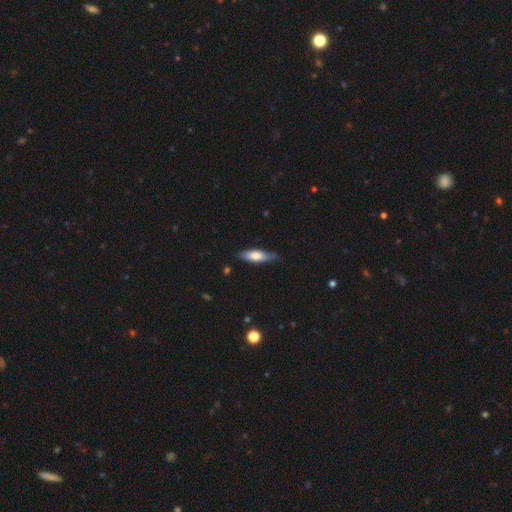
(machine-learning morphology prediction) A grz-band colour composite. It shows a smooth galaxy with no disk features (63%) that is in between round and cigar-shaped (49%, tied with cigar-shaped). Merging: none (73%).